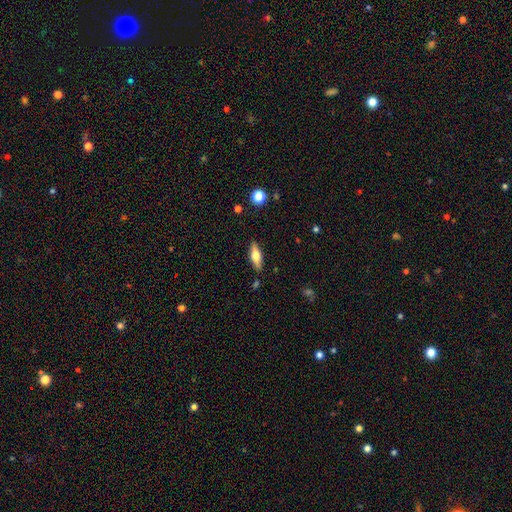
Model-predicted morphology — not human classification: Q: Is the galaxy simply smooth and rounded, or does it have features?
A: smooth — 50%.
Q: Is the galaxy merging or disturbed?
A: none — 85%.